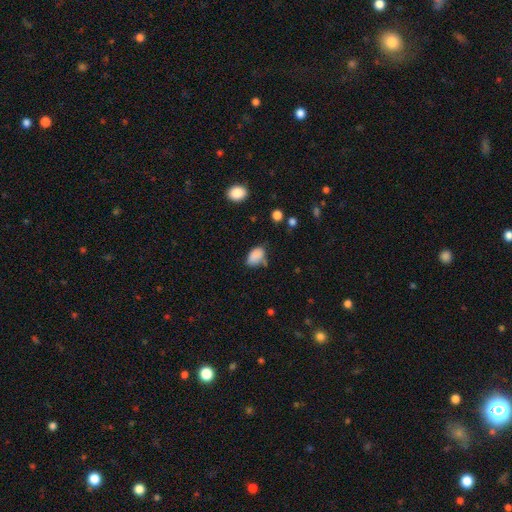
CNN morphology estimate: smooth-or-featured: smooth: 85% | star or artifact: 9% | featured or disk: 6%
  how-rounded: in between: 87% | round: 11% | cigar-shaped: 1%
  merging: none: 54% | minor disturbance: 31% | major disturbance: 9% | merger: 7%